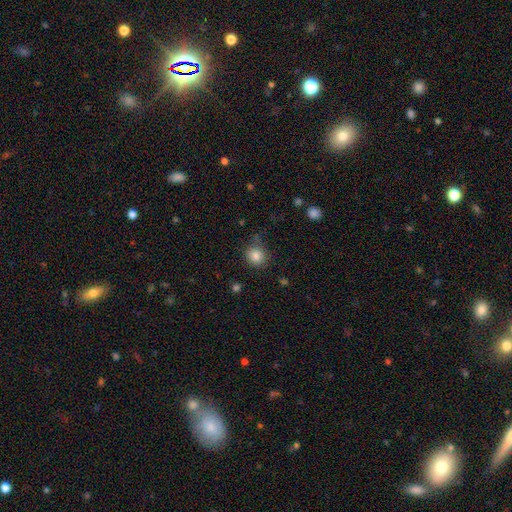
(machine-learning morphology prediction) Q: Smooth or featured?
A: smooth (84%); runner-up: star or artifact (11%)
Q: How rounded?
A: round (85%); runner-up: in between (14%)
Q: Merging?
A: none (77%); runner-up: minor disturbance (15%)